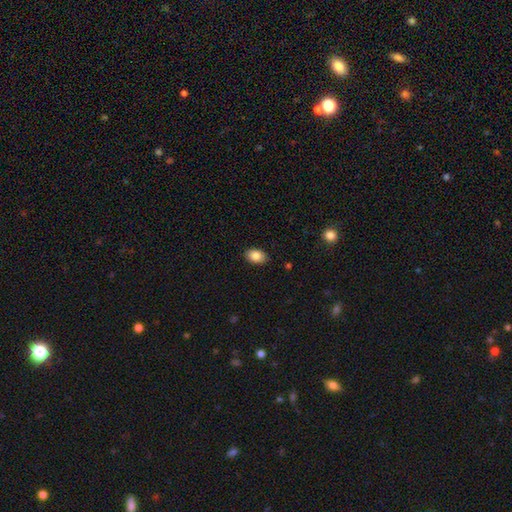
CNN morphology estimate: A smooth galaxy with no disk features (86%) that is in between round and cigar-shaped (86%). Merging: none (88%).